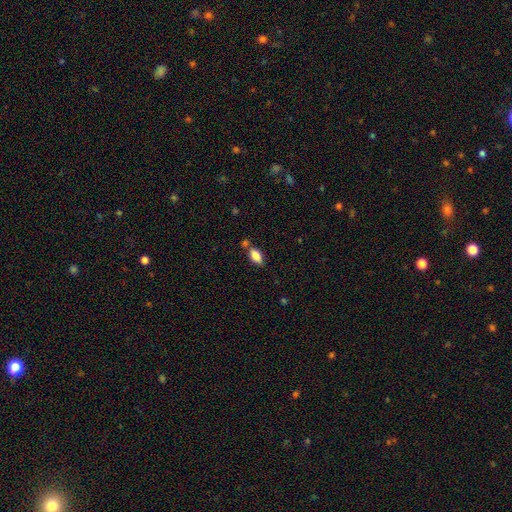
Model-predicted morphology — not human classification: Smooth or featured: smooth — 84% (star or artifact — 8%)
How rounded: in between — 90% (cigar-shaped — 7%)
Merging: none — 67% (merger — 16%)